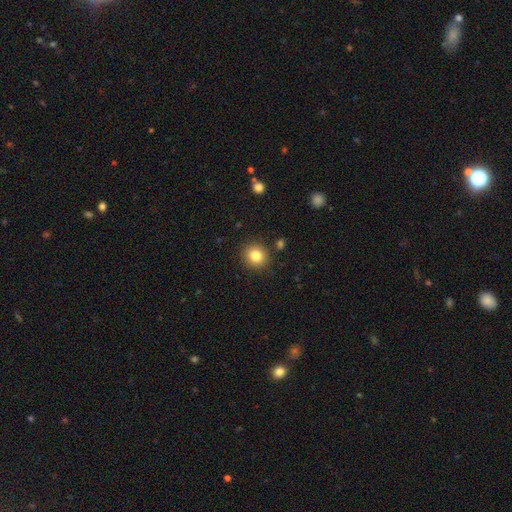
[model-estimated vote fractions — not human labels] Smooth or featured: smooth — 81% (star or artifact — 11%)
How rounded: round — 89% (in between — 10%)
Merging: none — 89% (minor disturbance — 7%)